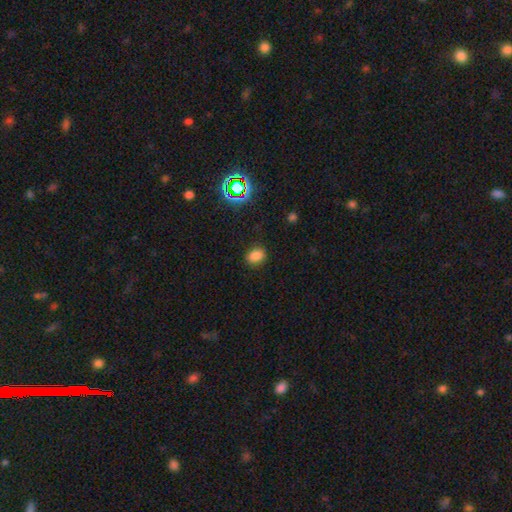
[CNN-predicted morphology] This is clearly a smooth galaxy (80%). How rounded: likely in between (63%). Merging: clearly none (85%).